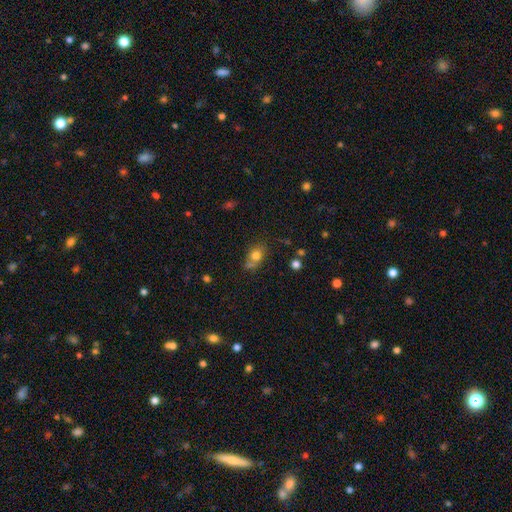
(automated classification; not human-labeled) Smooth or featured?
  - smooth: 77% *
  - featured or disk: 12%
  - star or artifact: 12%
How rounded?
  - in between: 59% *
  - round: 39%
  - cigar-shaped: 2%
Merging?
  - none: 52% *
  - minor disturbance: 21%
  - merger: 20%
  - major disturbance: 7%